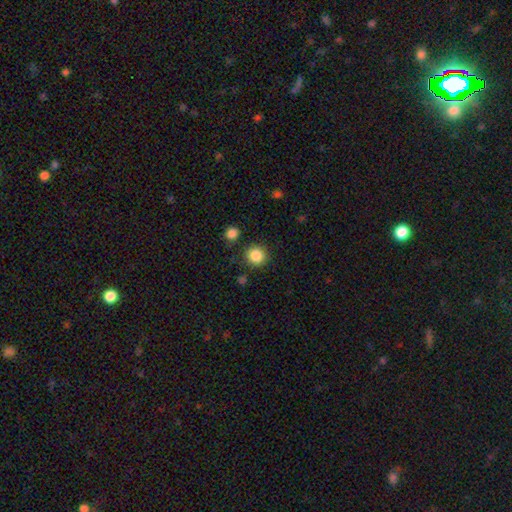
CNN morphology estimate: Overall: smooth (86%). How rounded: round (92%). Merging: none (86%).